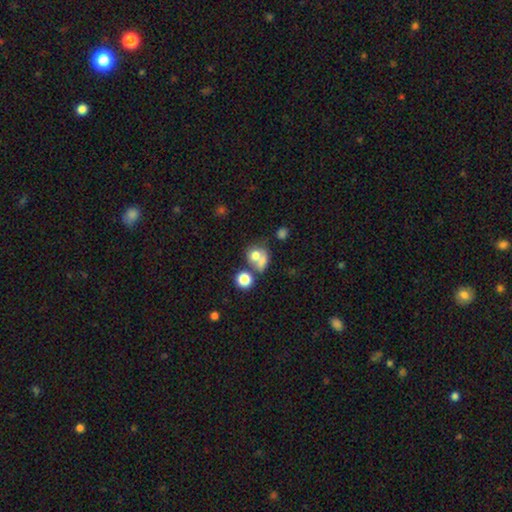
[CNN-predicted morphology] A smooth galaxy with no disk features (69%) that is round (70%).

Vote fractions:
- Smooth or featured? smooth: 69% / featured or disk: 17% / star or artifact: 14%
- How rounded? round: 70% / in between: 28% / cigar-shaped: 1%
- Merging? merger: 47% / none: 35% / minor disturbance: 11% / major disturbance: 8%